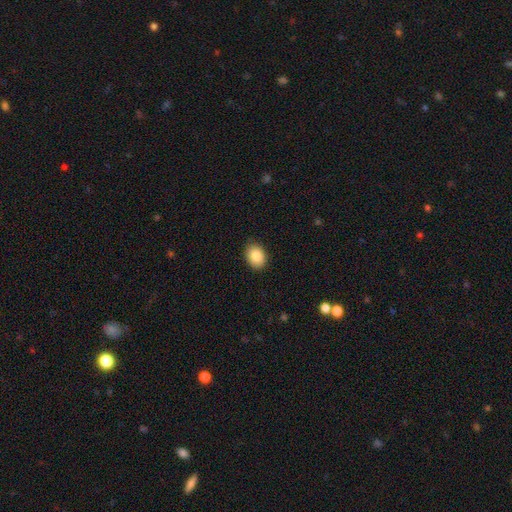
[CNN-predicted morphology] Smooth or featured? Predicted: smooth (p=0.86). How rounded? Predicted: in between (p=0.70). Merging? Predicted: none (p=0.88).